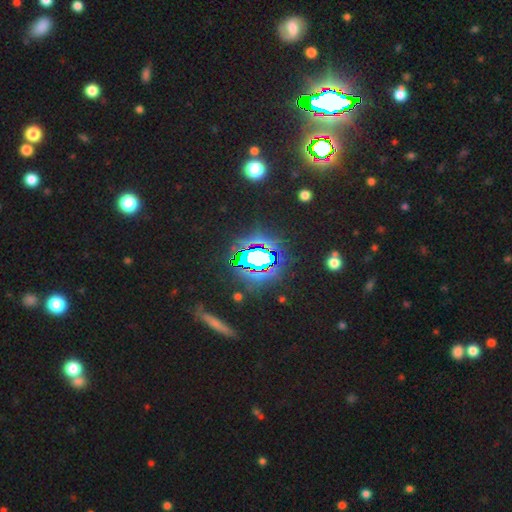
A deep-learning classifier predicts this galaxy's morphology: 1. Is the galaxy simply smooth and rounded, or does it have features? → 78% star or artifact, 13% smooth, 10% featured or disk.